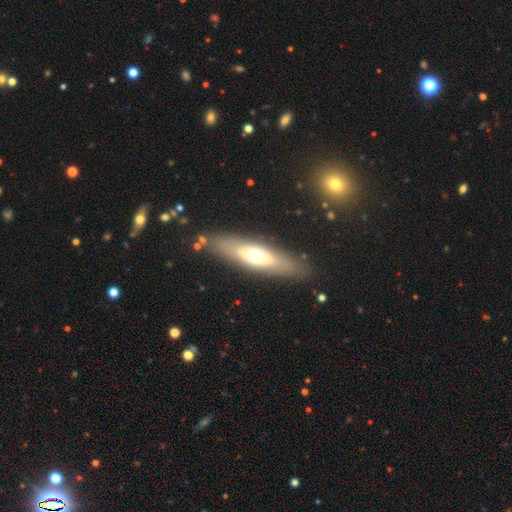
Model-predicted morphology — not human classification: Smooth or featured? Predicted: featured or disk (p=0.48). Merging? Predicted: none (p=0.84).